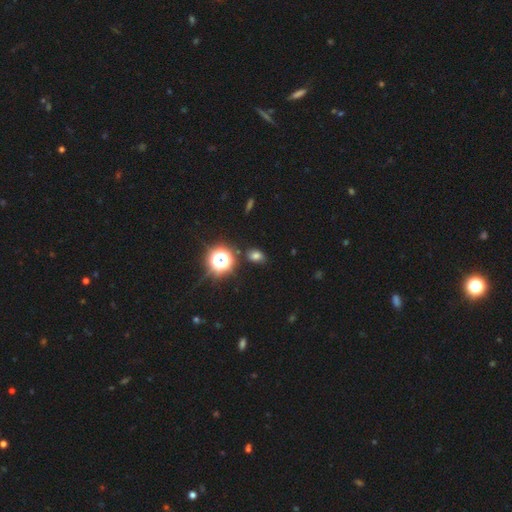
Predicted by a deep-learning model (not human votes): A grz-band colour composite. It shows a smooth galaxy with no disk features (67%) that is in between round and cigar-shaped (70%). Merging: none (80%).